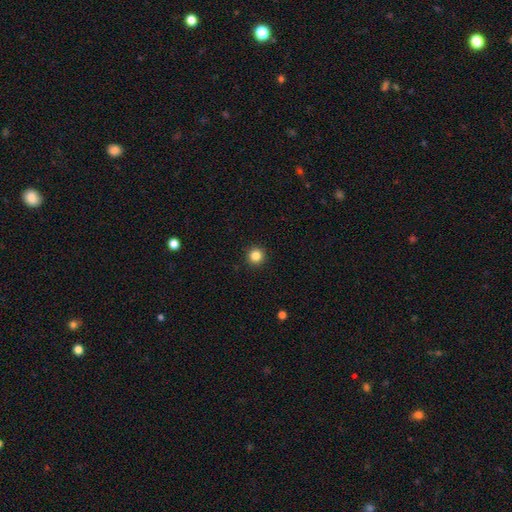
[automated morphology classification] This is clearly a smooth galaxy (84%). How rounded: clearly round (95%). Merging: clearly none (93%).